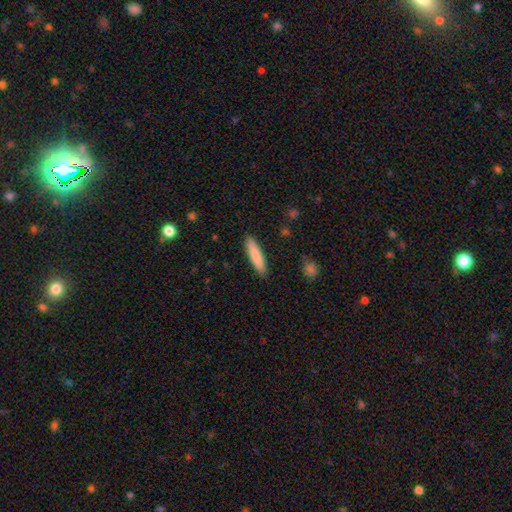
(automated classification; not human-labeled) Smooth or featured?
  - smooth: 83% *
  - featured or disk: 12%
  - star or artifact: 5%
How rounded?
  - cigar-shaped: 82% *
  - in between: 17%
  - round: 1%
Merging?
  - none: 89% *
  - minor disturbance: 8%
  - major disturbance: 2%
  - merger: 1%